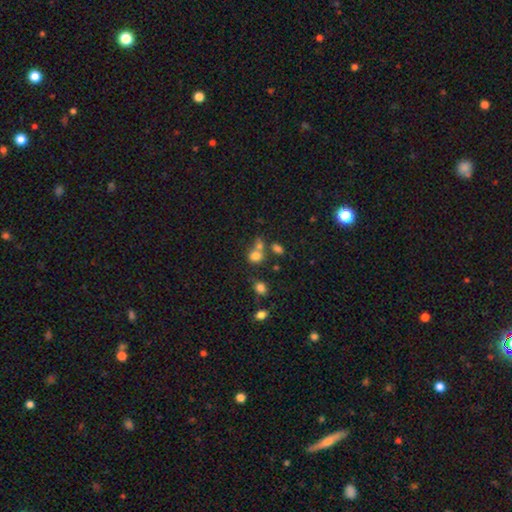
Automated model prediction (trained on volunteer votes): smooth_or_featured: smooth (p=0.75) [alt: star or artifact p=0.15]
how_rounded: round (p=0.67) [alt: in between p=0.32]
merging: merger (p=0.42) [tied with: none p=0.42]